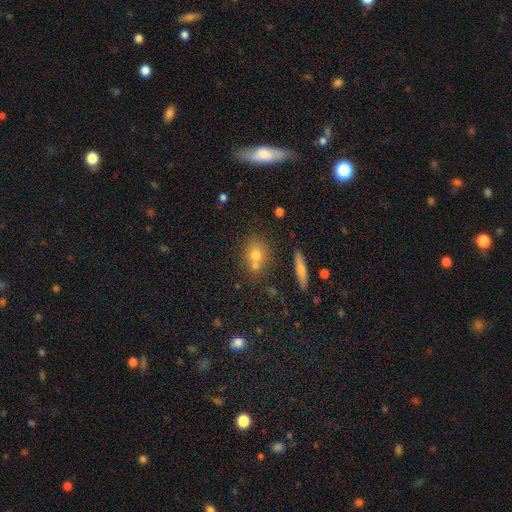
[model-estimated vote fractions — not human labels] Smooth or featured?
  - smooth: 63% *
  - featured or disk: 18%
  - star or artifact: 18%
How rounded?
  - round: 63% *
  - in between: 33%
  - cigar-shaped: 4%
Merging?
  - none: 56% *
  - merger: 30%
  - minor disturbance: 10%
  - major disturbance: 4%